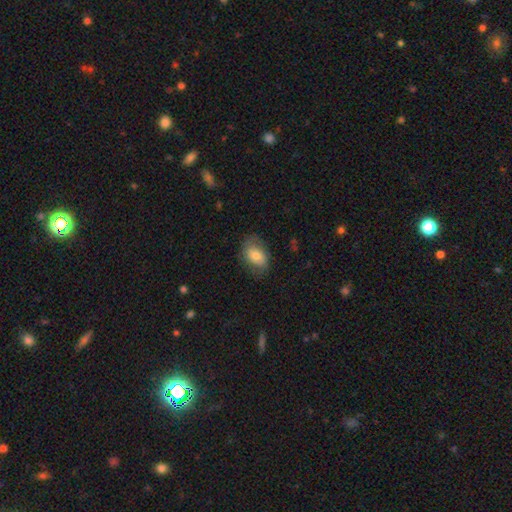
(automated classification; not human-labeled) smooth-or-featured: smooth: 67% | featured or disk: 25% | star or artifact: 7%
  how-rounded: in between: 81% | round: 18% | cigar-shaped: 1%
  merging: none: 67% | minor disturbance: 22% | major disturbance: 10% | merger: 1%